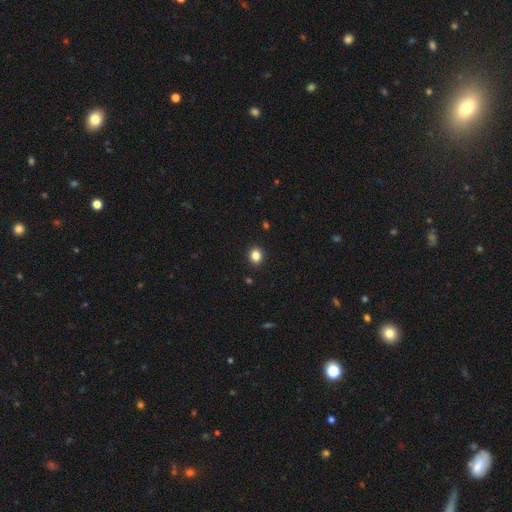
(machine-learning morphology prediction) Smooth or featured?
  - smooth: 85% *
  - star or artifact: 11%
  - featured or disk: 4%
How rounded?
  - round: 63% *
  - in between: 36%
  - cigar-shaped: 1%
Merging?
  - none: 91% *
  - minor disturbance: 6%
  - major disturbance: 2%
  - merger: 1%